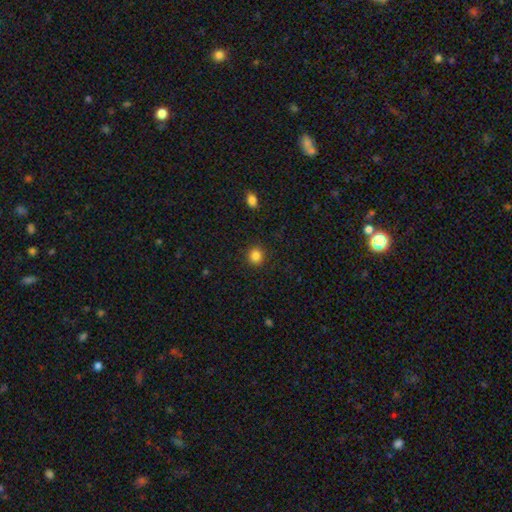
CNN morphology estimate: smooth_or_featured: smooth (p=0.84) [alt: star or artifact p=0.11]
how_rounded: round (p=0.87) [alt: in between p=0.12]
merging: none (p=0.91) [alt: minor disturbance p=0.06]